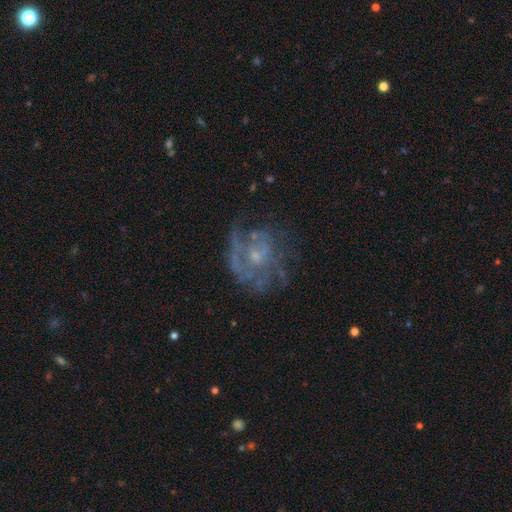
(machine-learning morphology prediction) Overall: featured or disk (75%). Edge-on disk: no (98%). Bar: no (77%). Spiral arms: yes (67%; no 33%). Bulge size: small (60%; moderate 27%). Merging: none (53%; major disturbance 24%).